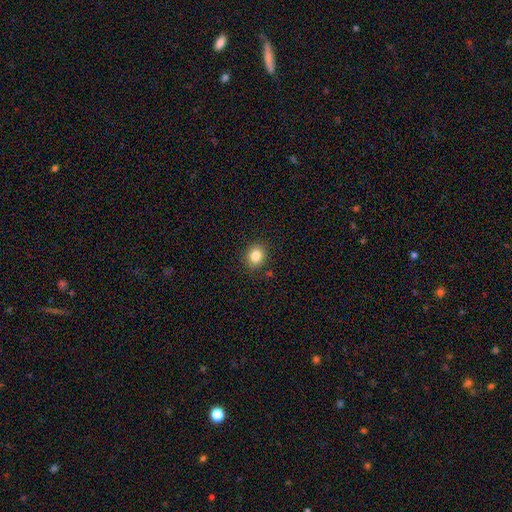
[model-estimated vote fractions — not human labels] Smooth or featured: smooth — 84% (star or artifact — 10%)
How rounded: round — 65% (in between — 34%)
Merging: none — 88% (minor disturbance — 8%)